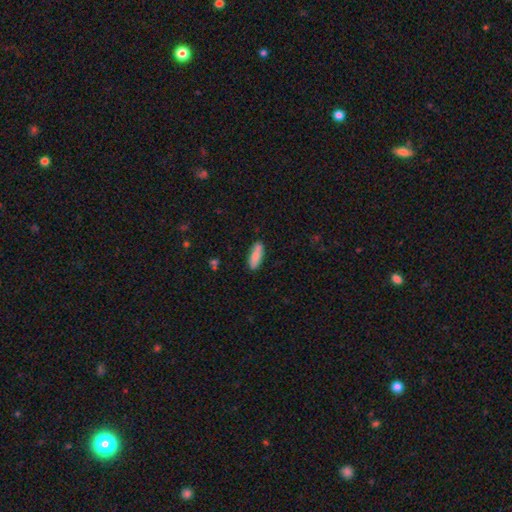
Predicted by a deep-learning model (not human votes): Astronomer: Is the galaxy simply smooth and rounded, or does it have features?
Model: smooth — 82%.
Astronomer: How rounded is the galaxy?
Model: in between — 55% (runner-up: cigar-shaped, 43%).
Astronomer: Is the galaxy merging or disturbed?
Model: none — 83%.